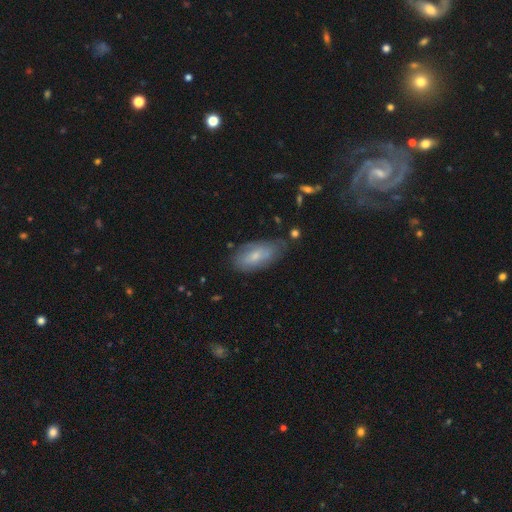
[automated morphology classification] Smooth or featured? Predicted: smooth (p=0.61). How rounded? Predicted: in between (p=0.88). Merging? Predicted: none (p=0.63).